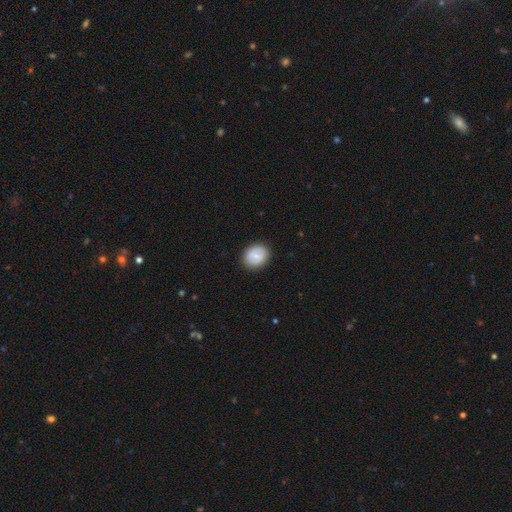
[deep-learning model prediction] Morphology: type=smooth (67%); roundness=round (61%); merging=none (87%).